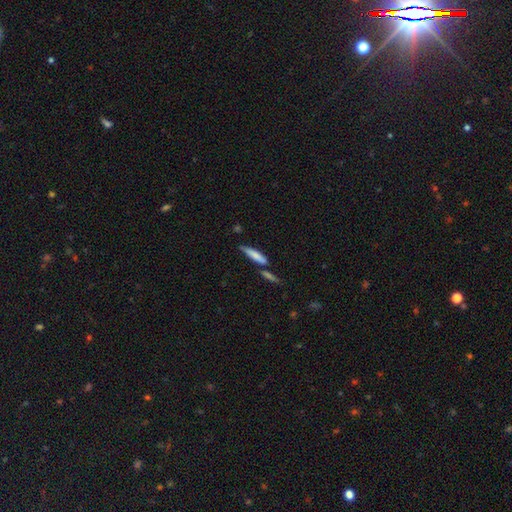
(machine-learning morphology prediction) Smooth or featured? smooth (73%)
How rounded? cigar-shaped (84%)
Merging? none (64%)